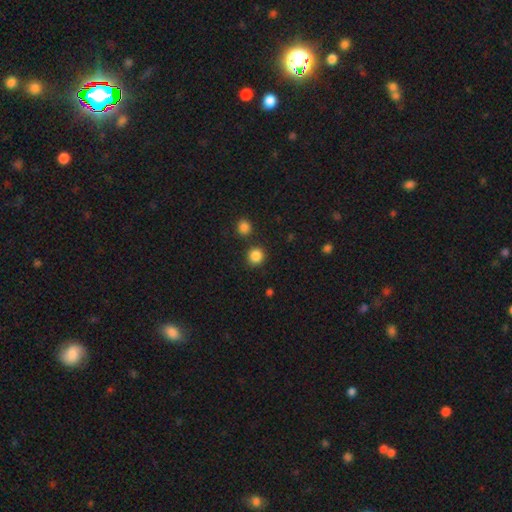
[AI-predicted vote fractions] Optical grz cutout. It shows a smooth galaxy with no disk features (86%) that is round (91%). Merging: none (85%).